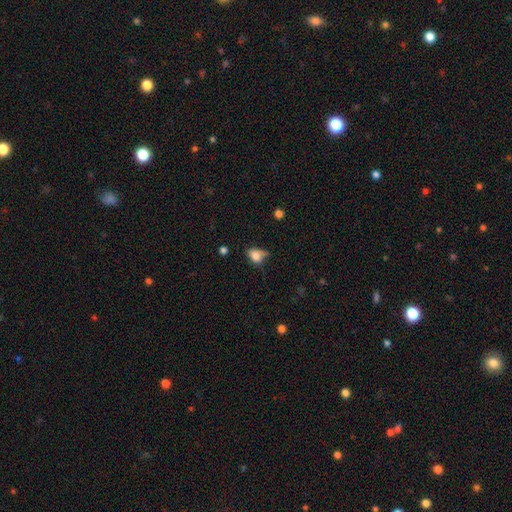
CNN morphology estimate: This is likely a smooth galaxy (75%). How rounded: likely in between (75%). Merging: marginally minor disturbance (40%).